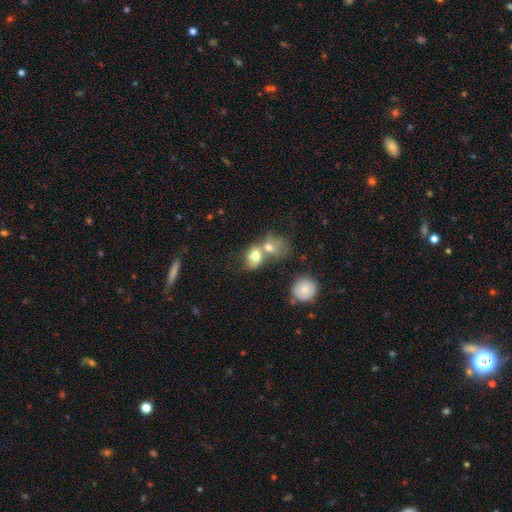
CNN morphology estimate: Overall: smooth (70%). How rounded: in between (60%; round 39%). Merging: merger (67%).